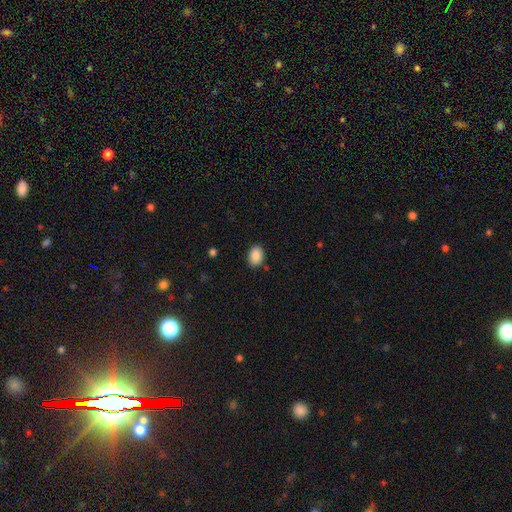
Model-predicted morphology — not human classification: Smooth or featured? smooth (88%)
How rounded? in between (78%)
Merging? none (85%)